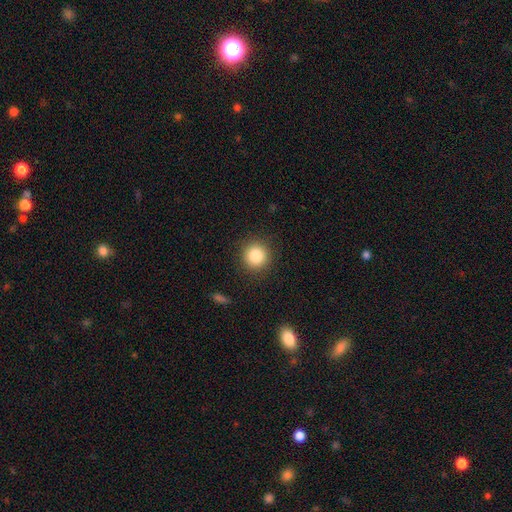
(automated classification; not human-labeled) Q: Smooth or featured?
A: smooth (85%); runner-up: star or artifact (10%)
Q: How rounded?
A: round (93%); runner-up: in between (6%)
Q: Merging?
A: none (90%); runner-up: minor disturbance (6%)